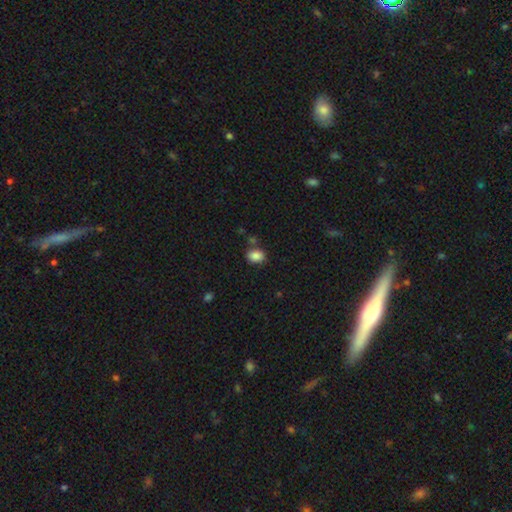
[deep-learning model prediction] This is clearly a smooth galaxy (85%). How rounded: likely in between (69%). Merging: likely none (74%).